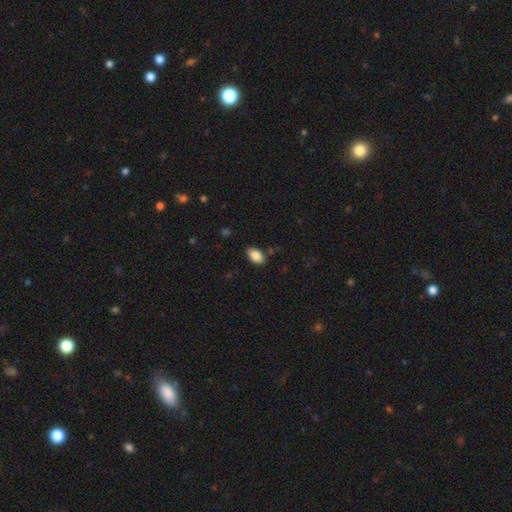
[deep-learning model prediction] This is clearly a smooth galaxy (87%). How rounded: clearly in between (93%). Merging: clearly none (80%).